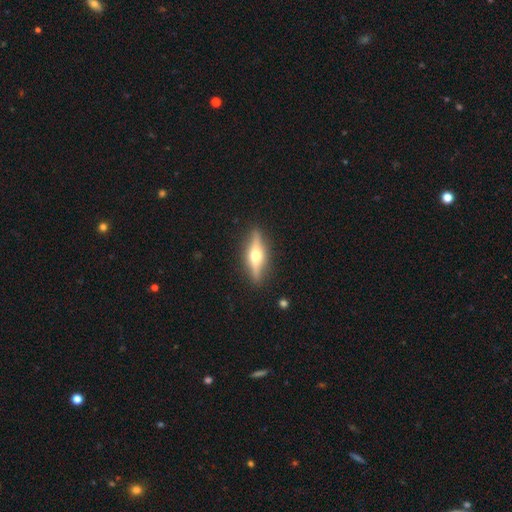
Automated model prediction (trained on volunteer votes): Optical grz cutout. It shows a featured or disk galaxy (70%) viewed edge-on (95%) with a rounded central bulge (95%). Merging: none (88%).